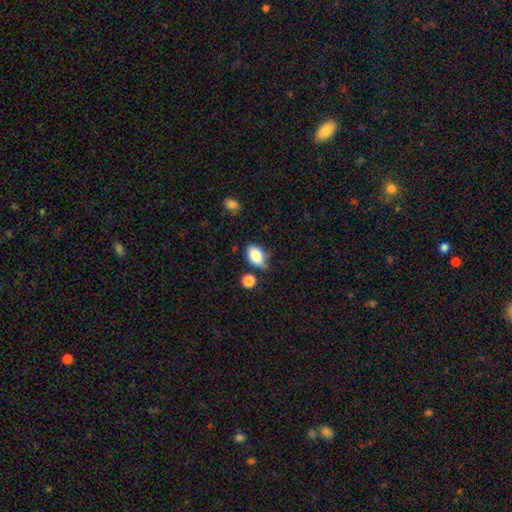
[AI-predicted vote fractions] Morphology: type=smooth (83%); roundness=in between (89%); merging=none (54%).